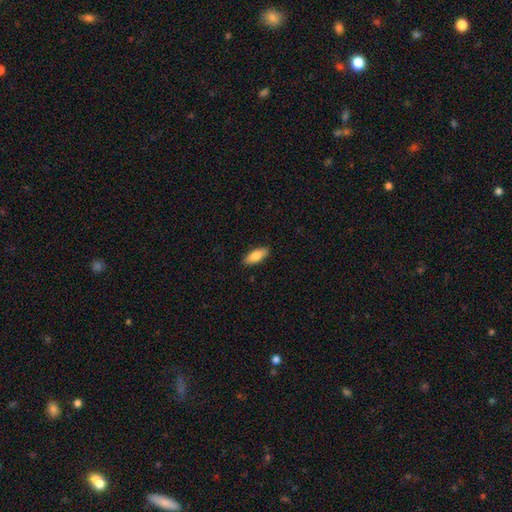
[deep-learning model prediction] smooth_or_featured: smooth (p=0.80) [alt: featured or disk p=0.14]
how_rounded: in between (p=0.74) [alt: cigar-shaped p=0.23]
merging: none (p=0.89) [alt: minor disturbance p=0.08]